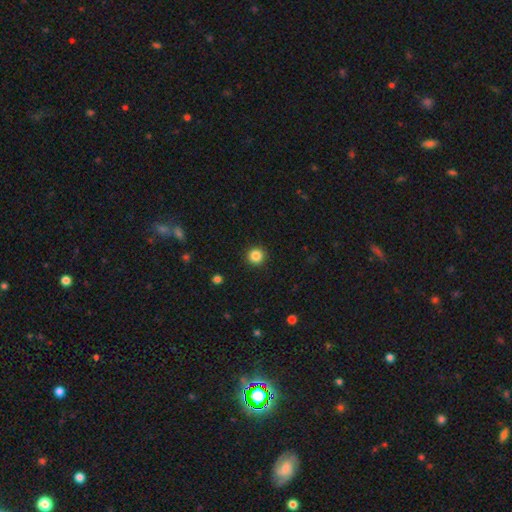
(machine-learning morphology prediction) Smooth or featured? smooth (85%)
How rounded? round (95%)
Merging? none (92%)